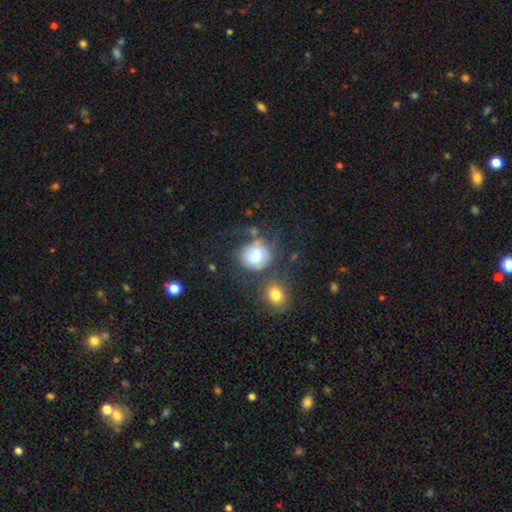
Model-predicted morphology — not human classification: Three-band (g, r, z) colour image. It shows a smooth galaxy with no disk features (72%) that is round (73%). Merging: none (49%).